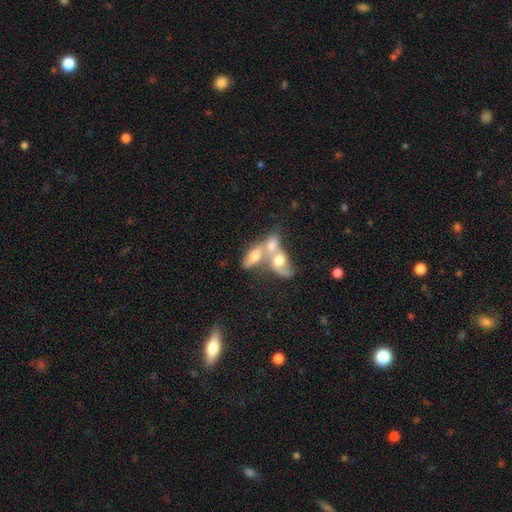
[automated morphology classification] Smooth or featured: featured or disk — 47% (smooth — 42%)
Merging: merger — 77% (none — 12%)